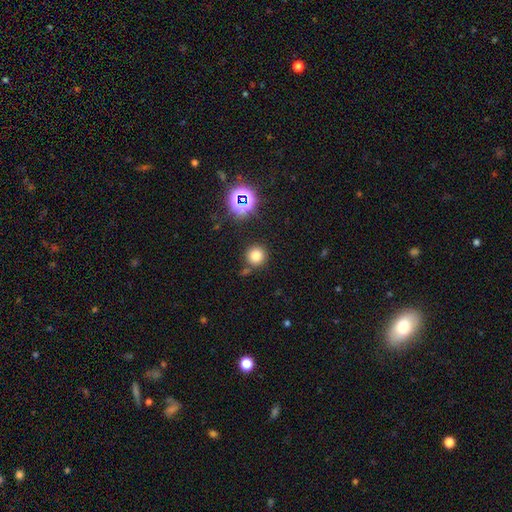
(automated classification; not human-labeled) smooth_or_featured: smooth (p=0.76) [alt: star or artifact p=0.18]
how_rounded: round (p=0.93) [alt: in between p=0.06]
merging: none (p=0.79) [alt: minor disturbance p=0.10]